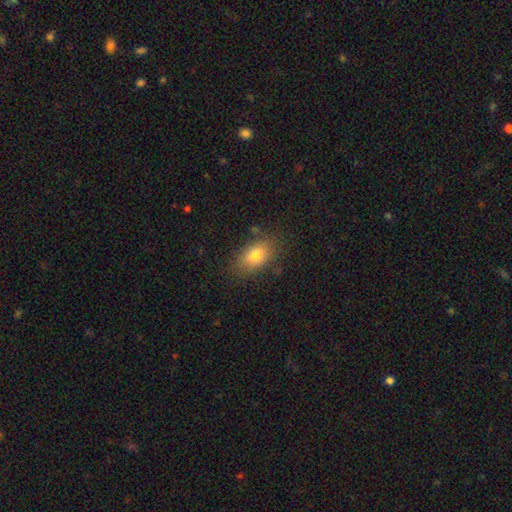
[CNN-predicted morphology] smooth_or_featured: smooth (p=0.79) [alt: featured or disk p=0.12]
how_rounded: in between (p=0.87) [alt: round p=0.10]
merging: none (p=0.80) [alt: minor disturbance p=0.14]